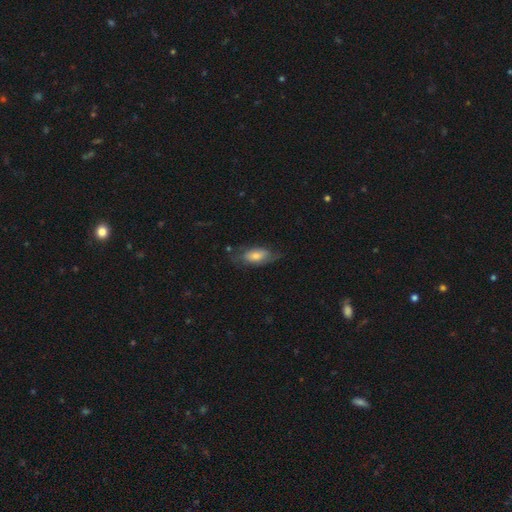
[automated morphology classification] This appears to be a smooth galaxy with no disk features (58%) that is in between round and cigar-shaped (80%). Merging: none (60%).